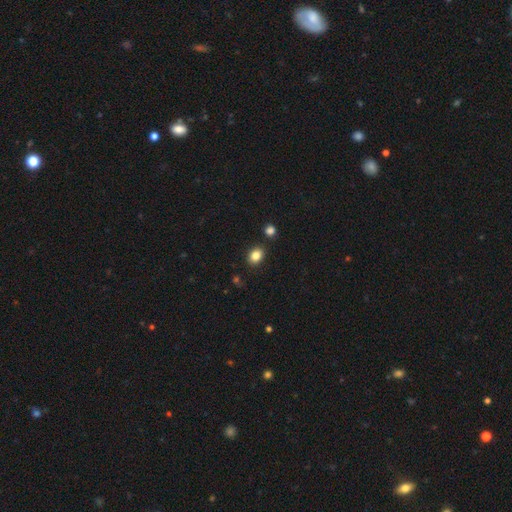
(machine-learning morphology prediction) Smooth or featured? smooth (85%)
How rounded? in between (55%)
Merging? none (84%)